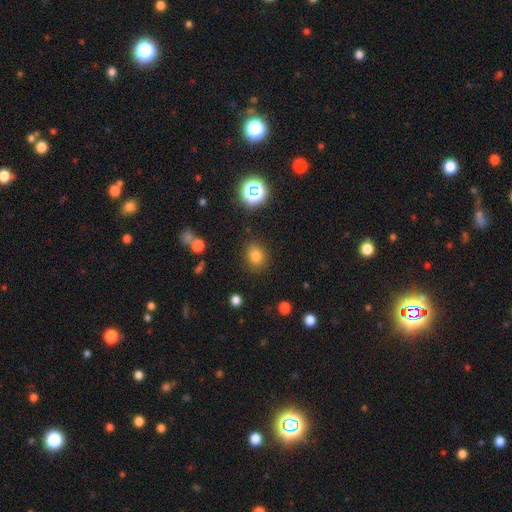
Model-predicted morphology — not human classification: Smooth or featured?
  - smooth: 77% *
  - star or artifact: 16%
  - featured or disk: 7%
How rounded?
  - round: 65% *
  - in between: 34%
  - cigar-shaped: 1%
Merging?
  - none: 83% *
  - minor disturbance: 11%
  - major disturbance: 3%
  - merger: 2%